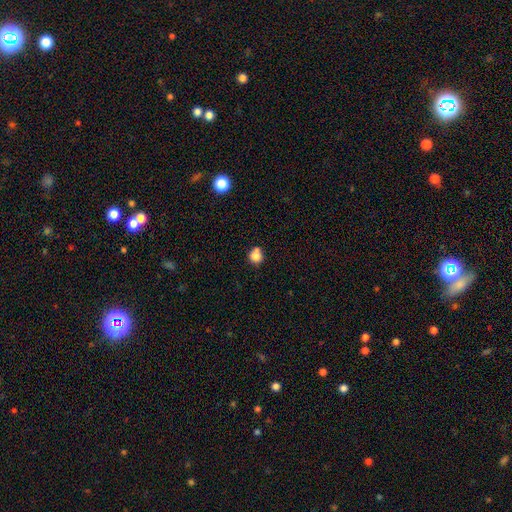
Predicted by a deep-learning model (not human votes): smooth 83%, star or artifact 11%, featured or disk 6%. Down the decision tree: how rounded — round (86%); merging — none (63%).